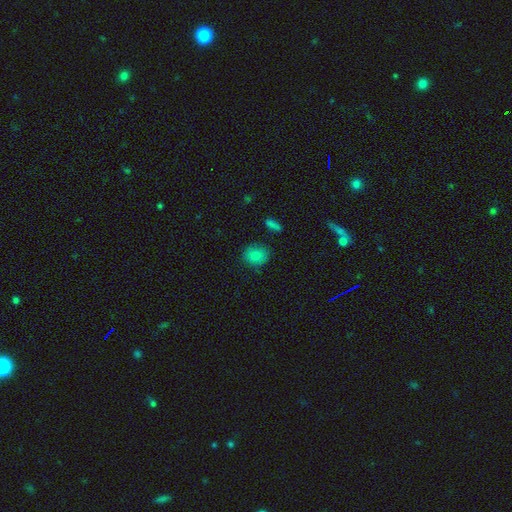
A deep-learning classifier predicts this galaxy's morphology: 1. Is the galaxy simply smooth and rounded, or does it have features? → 83% smooth, 10% star or artifact, 7% featured or disk.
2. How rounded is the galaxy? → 71% round, 27% in between, 1% cigar-shaped.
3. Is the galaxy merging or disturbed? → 83% none, 12% minor disturbance, 3% major disturbance, 3% merger.